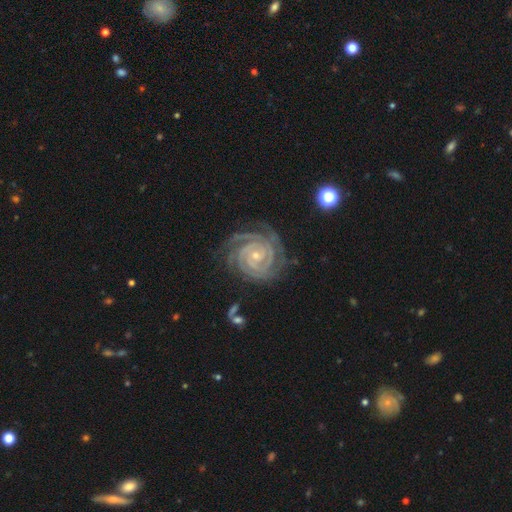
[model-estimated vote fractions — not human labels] Smooth or featured? Predicted: featured or disk (p=0.93). Edge-on disk? Predicted: no (p=0.98). Bar? Predicted: no (p=0.59). Spiral arms? Predicted: yes (p=0.99). Spiral winding? Predicted: tight (p=0.86). Spiral arm count? Predicted: 3 (p=0.30). Bulge size? Predicted: small (p=0.74). Merging? Predicted: none (p=0.75).